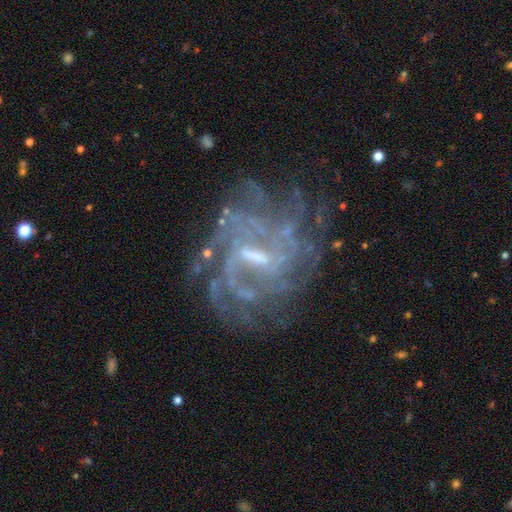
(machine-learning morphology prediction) The model was most divided on "spiral winding": tight: 48%, medium: 38%, loose: 14%. Remaining: edge-on disk — no (98%); spiral arms — yes (92%); smooth or featured — featured or disk (87%); merging — none (63%); bar — weak (58%); bulge size — small (48%); spiral arm count — can't tell (38%).